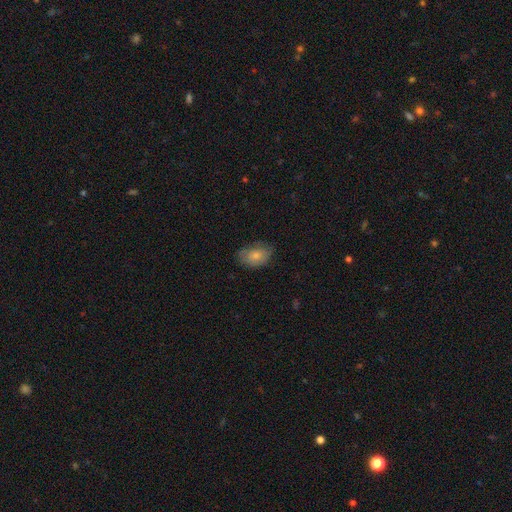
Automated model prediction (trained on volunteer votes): A smooth galaxy with no disk features (78%) that is in between round and cigar-shaped (85%). Merging: none (69%).